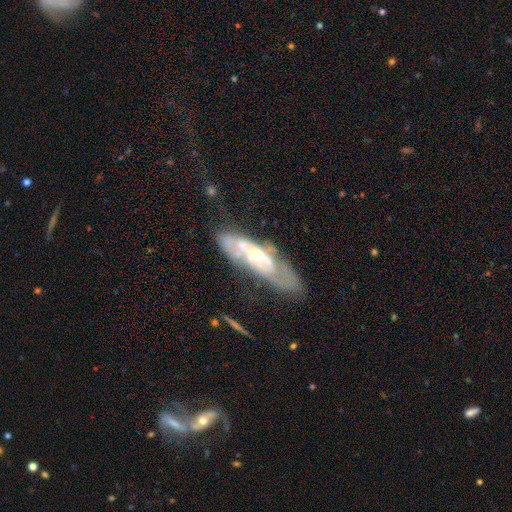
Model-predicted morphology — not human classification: This appears to be a featured or disk galaxy (73%) with no bar (65%), spiral arms (59%) and a small central bulge (48%). Merging: none (47%).